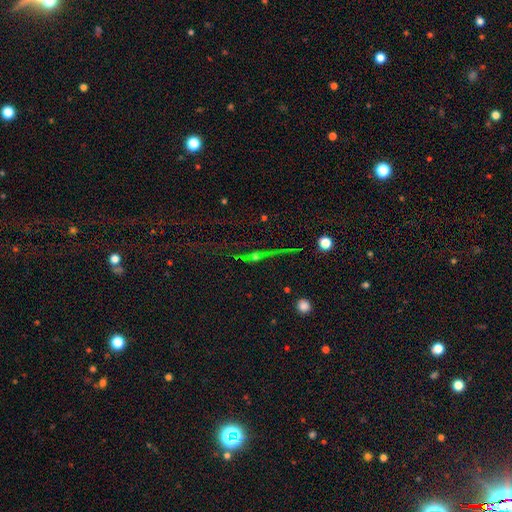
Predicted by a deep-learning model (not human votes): featured or disk 42%, star or artifact 41%, smooth 17%. Down the decision tree: merging — none (74%).